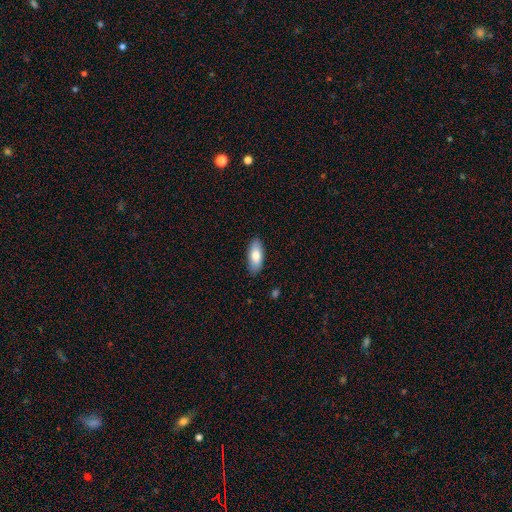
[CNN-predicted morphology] A smooth galaxy with no disk features (78%) that is in between round and cigar-shaped (86%). Merging: none (88%).